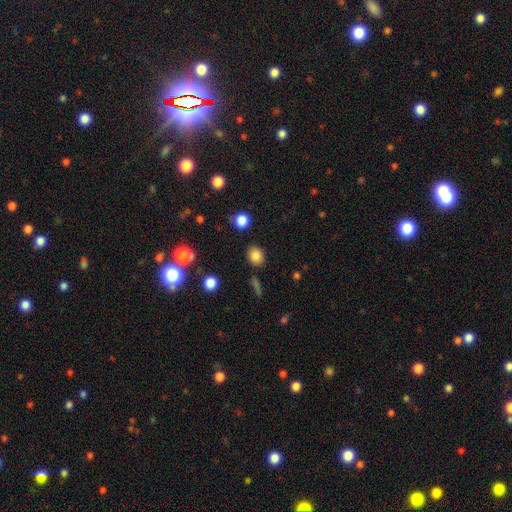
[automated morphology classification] A smooth galaxy with no disk features (83%) that is round (59%). Merging: none (86%).